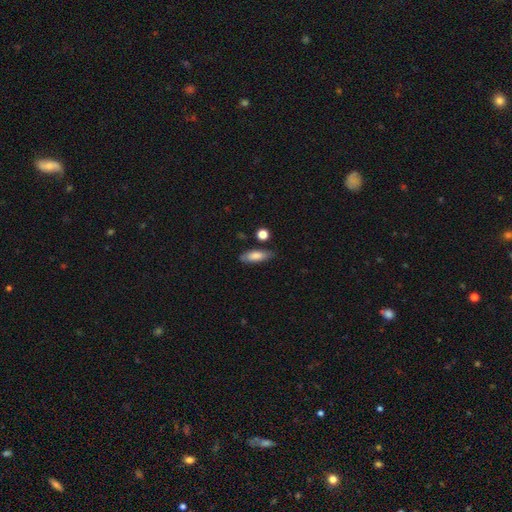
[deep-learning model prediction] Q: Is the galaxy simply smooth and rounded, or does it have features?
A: smooth — 79%.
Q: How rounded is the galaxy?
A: in between — 65%.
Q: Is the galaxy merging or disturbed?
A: none — 73%.